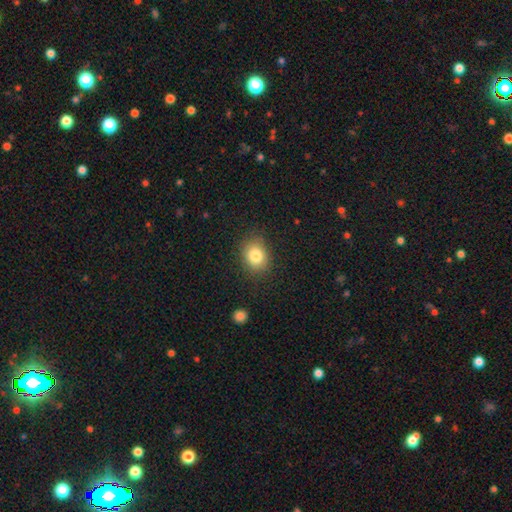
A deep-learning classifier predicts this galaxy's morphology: Smooth or featured? Predicted: smooth (p=0.82). How rounded? Predicted: round (p=0.57). Merging? Predicted: none (p=0.85).